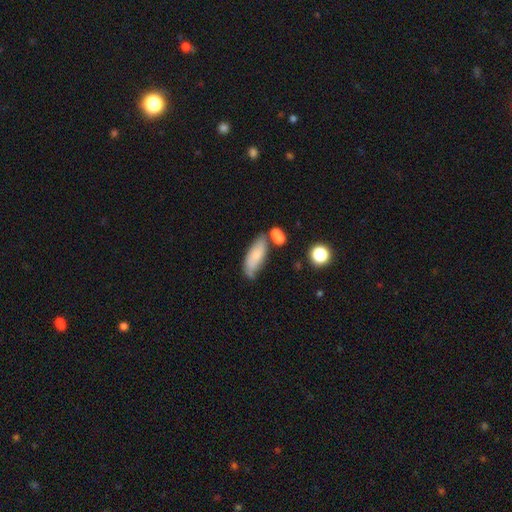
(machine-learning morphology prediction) Q: Smooth or featured?
A: smooth (72%); runner-up: featured or disk (20%)
Q: How rounded?
A: in between (68%); runner-up: cigar-shaped (29%)
Q: Merging?
A: none (54%); runner-up: minor disturbance (24%)